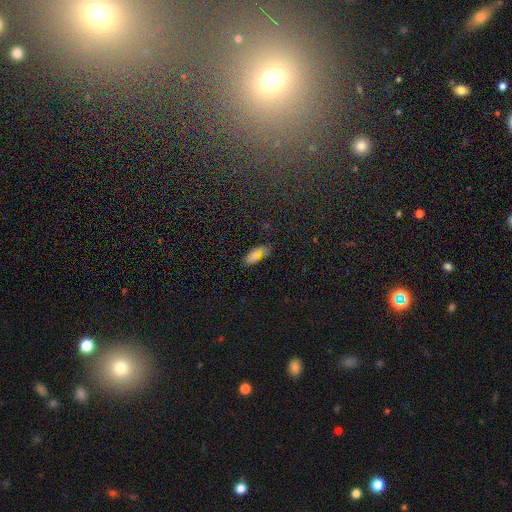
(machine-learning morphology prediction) Q: Smooth or featured?
A: smooth (73%); runner-up: star or artifact (17%)
Q: How rounded?
A: in between (88%); runner-up: cigar-shaped (8%)
Q: Merging?
A: none (80%); runner-up: minor disturbance (13%)